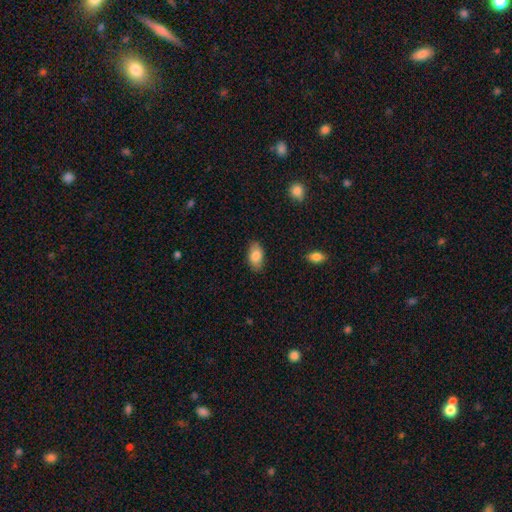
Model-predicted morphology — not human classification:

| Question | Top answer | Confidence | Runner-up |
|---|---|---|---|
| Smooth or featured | smooth | 83% | featured or disk (10%) |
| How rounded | in between | 93% | round (5%) |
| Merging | none | 84% | minor disturbance (13%) |